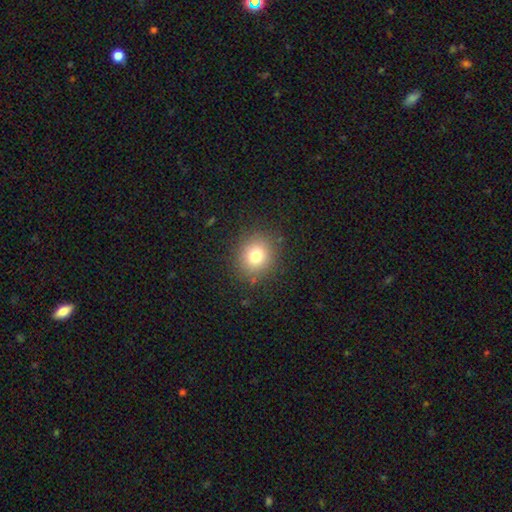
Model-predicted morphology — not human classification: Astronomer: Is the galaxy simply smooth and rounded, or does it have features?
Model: smooth — 78%.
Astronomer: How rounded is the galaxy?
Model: round — 78%.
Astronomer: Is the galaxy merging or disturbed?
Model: none — 87%.